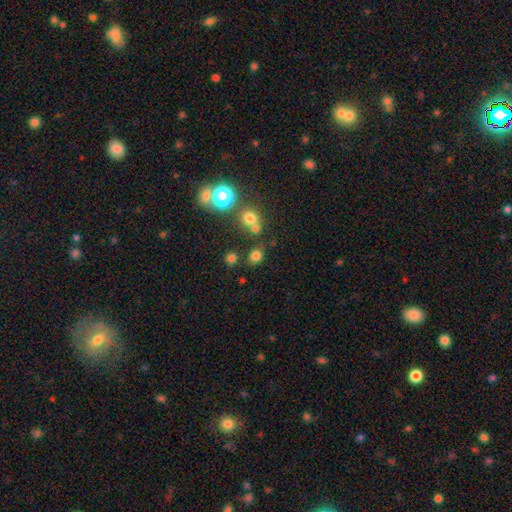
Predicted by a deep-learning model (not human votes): smooth_or_featured: smooth (p=0.75) [alt: star or artifact p=0.19]
how_rounded: round (p=0.64) [alt: in between p=0.35]
merging: none (p=0.71) [alt: merger p=0.13]